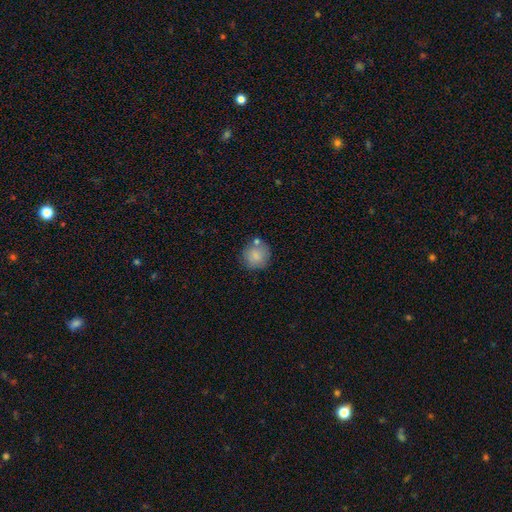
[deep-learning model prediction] Q: Smooth or featured?
A: smooth (81%); runner-up: featured or disk (11%)
Q: How rounded?
A: round (90%); runner-up: in between (9%)
Q: Merging?
A: none (71%); runner-up: minor disturbance (15%)